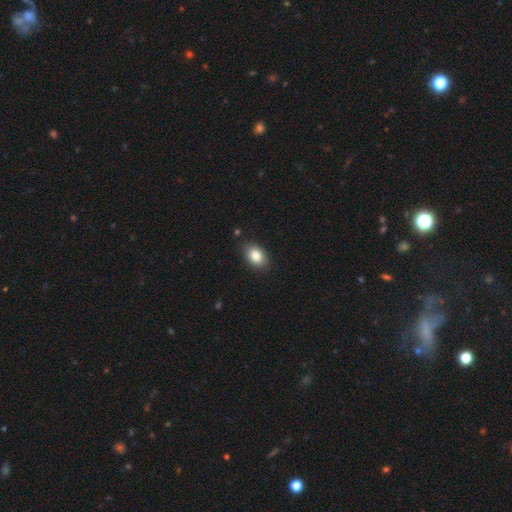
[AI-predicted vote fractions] Smooth or featured?
  - smooth: 85% *
  - star or artifact: 8%
  - featured or disk: 7%
How rounded?
  - in between: 82% *
  - round: 17%
  - cigar-shaped: 1%
Merging?
  - none: 85% *
  - minor disturbance: 11%
  - major disturbance: 2%
  - merger: 1%